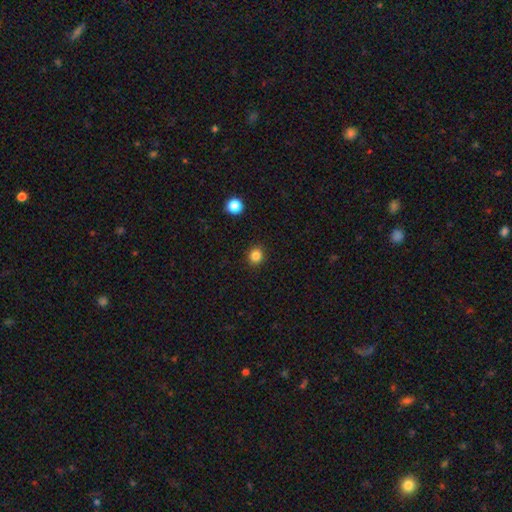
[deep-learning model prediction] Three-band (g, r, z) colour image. It shows a smooth galaxy with no disk features (84%) that is round (83%). Merging: none (91%).